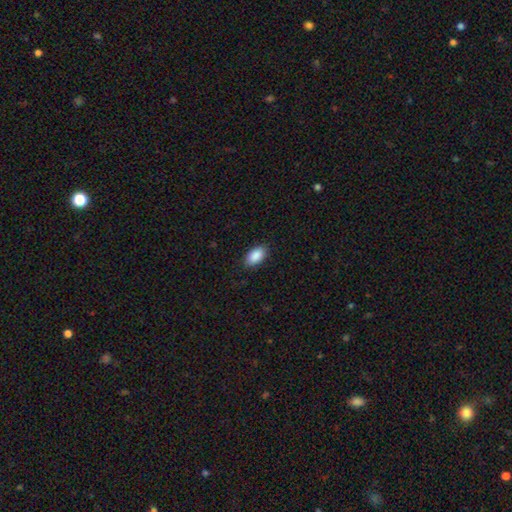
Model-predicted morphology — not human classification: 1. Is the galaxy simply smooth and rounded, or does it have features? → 90% smooth, 7% star or artifact, 4% featured or disk.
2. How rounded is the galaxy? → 94% in between, 4% round, 2% cigar-shaped.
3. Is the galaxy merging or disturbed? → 87% none, 10% minor disturbance, 2% major disturbance, 1% merger.